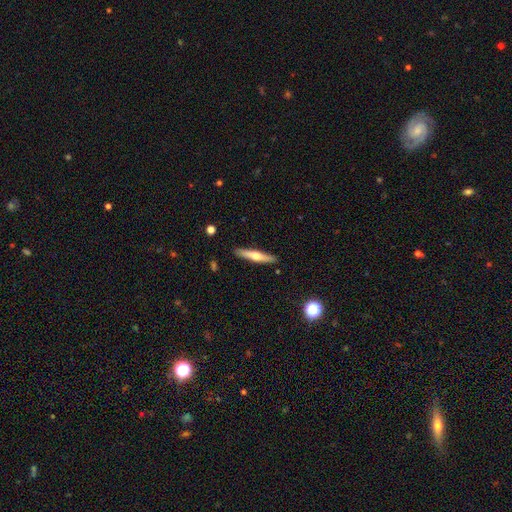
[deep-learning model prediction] A featured or disk galaxy (49%).

Vote fractions:
- Smooth or featured? featured or disk: 49% / smooth: 45% / star or artifact: 6%
- Merging? none: 89% / minor disturbance: 8% / major disturbance: 2% / merger: 1%